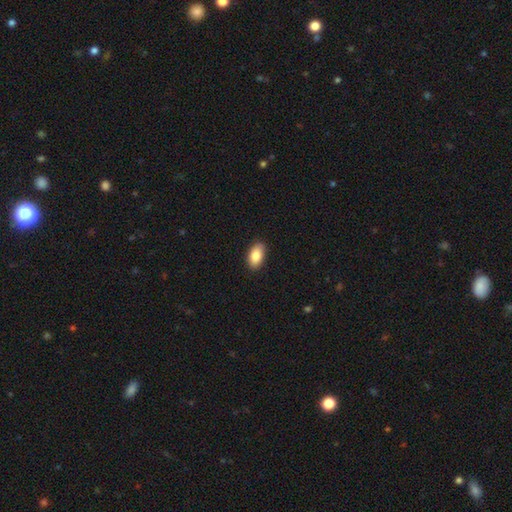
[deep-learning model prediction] smooth 86%, featured or disk 7%, star or artifact 7%. Down the decision tree: how rounded — in between (93%); merging — none (88%).